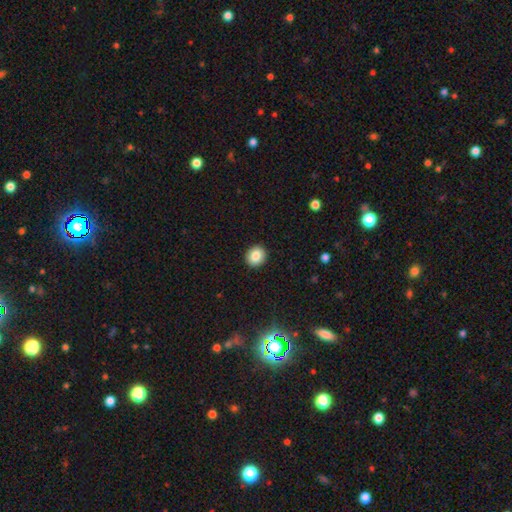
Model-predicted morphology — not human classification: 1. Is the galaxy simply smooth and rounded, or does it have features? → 84% smooth, 9% star or artifact, 7% featured or disk.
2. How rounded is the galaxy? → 80% round, 19% in between, 1% cigar-shaped.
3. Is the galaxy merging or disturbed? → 92% none, 6% minor disturbance, 2% major disturbance, 1% merger.